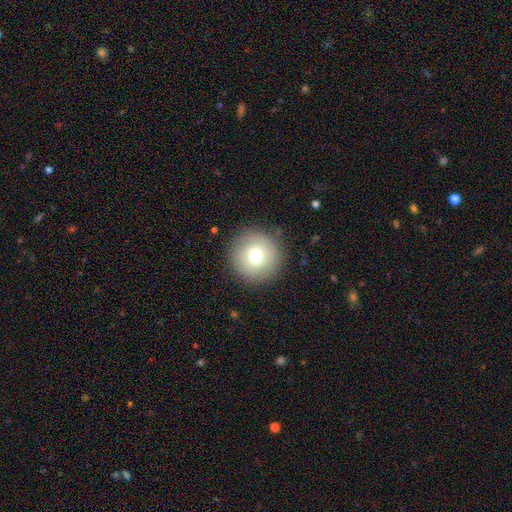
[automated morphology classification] smooth_or_featured: smooth (p=0.74) [alt: featured or disk p=0.16]
how_rounded: round (p=0.96) [alt: in between p=0.03]
merging: none (p=0.89) [alt: minor disturbance p=0.07]